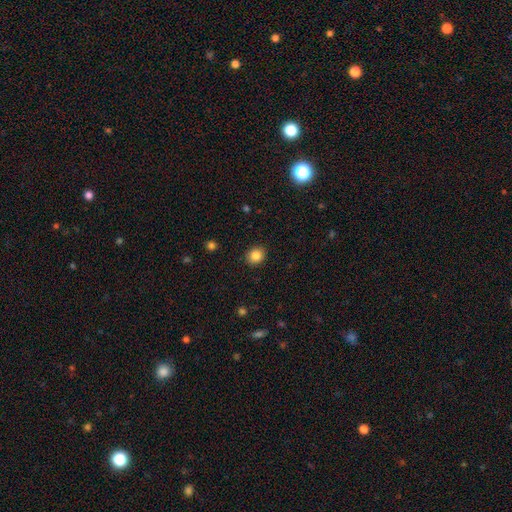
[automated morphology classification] smooth_or_featured: smooth (p=0.85) [alt: star or artifact p=0.10]
how_rounded: round (p=0.73) [alt: in between p=0.26]
merging: none (p=0.91) [alt: minor disturbance p=0.06]